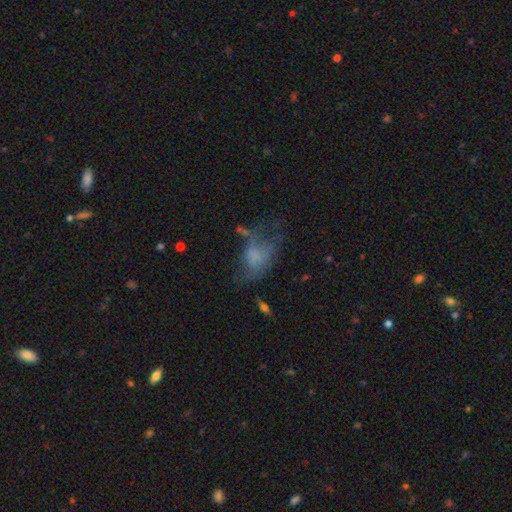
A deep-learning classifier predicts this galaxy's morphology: A smooth galaxy with no disk features (52%) that is in between round and cigar-shaped (82%).

Vote fractions:
- Smooth or featured? smooth: 52% / featured or disk: 34% / star or artifact: 14%
- How rounded? in between: 82% / round: 15% / cigar-shaped: 3%
- Merging? major disturbance: 44% / none: 26% / minor disturbance: 23% / merger: 7%